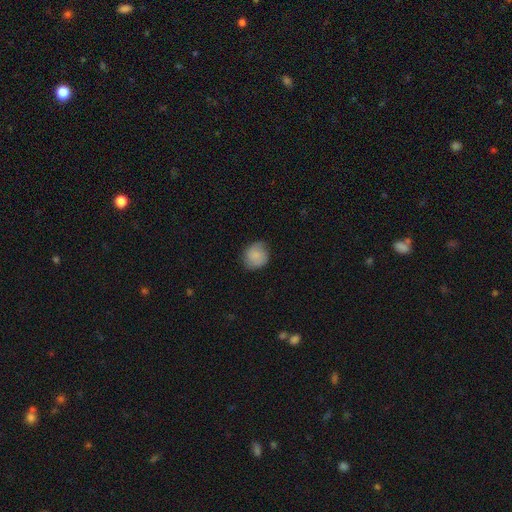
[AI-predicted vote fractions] Smooth or featured: smooth — 82% (featured or disk — 11%)
How rounded: round — 80% (in between — 19%)
Merging: none — 75% (minor disturbance — 20%)